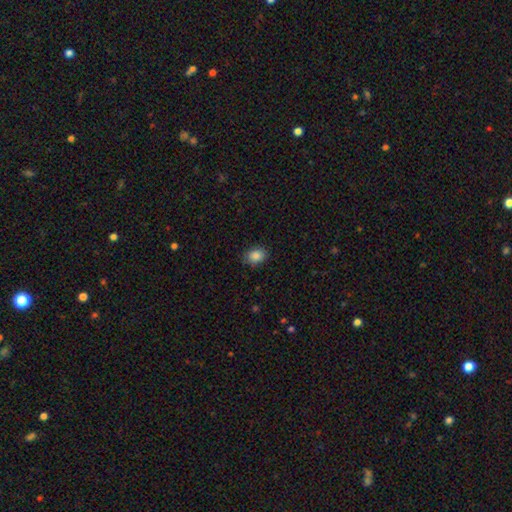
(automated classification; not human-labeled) The model was most divided on "how rounded": in between: 63%, round: 36%, cigar-shaped: 1%. More confident: smooth or featured — smooth (87%); merging — none (84%).